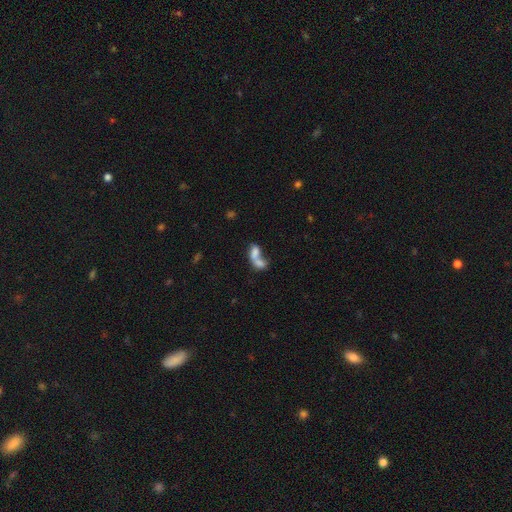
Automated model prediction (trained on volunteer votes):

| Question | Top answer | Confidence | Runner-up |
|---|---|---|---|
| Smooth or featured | smooth | 67% | featured or disk (23%) |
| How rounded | in between | 77% | round (15%) |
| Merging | merger | 75% | none (13%) |